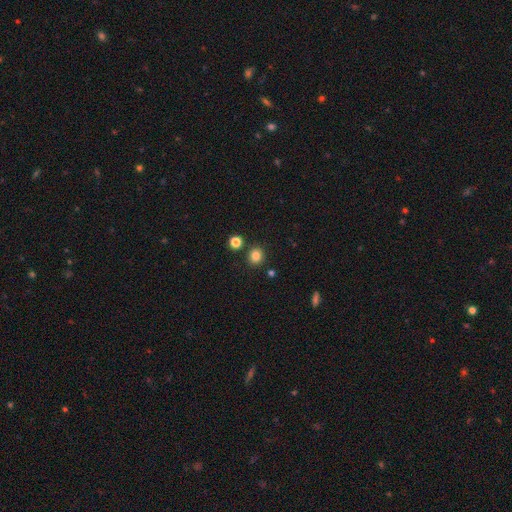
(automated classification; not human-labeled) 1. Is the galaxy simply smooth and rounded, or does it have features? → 83% smooth, 13% star or artifact, 4% featured or disk.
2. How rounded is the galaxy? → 86% round, 13% in between, 1% cigar-shaped.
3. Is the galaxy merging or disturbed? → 85% none, 7% minor disturbance, 6% merger, 2% major disturbance.